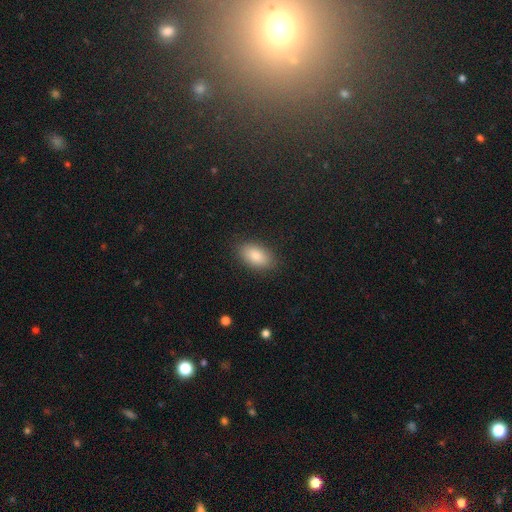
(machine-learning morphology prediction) A smooth galaxy with no disk features (86%) that is in between round and cigar-shaped (92%).

Vote fractions:
- Smooth or featured? smooth: 86% / star or artifact: 7% / featured or disk: 7%
- How rounded? in between: 92% / round: 5% / cigar-shaped: 3%
- Merging? none: 86% / minor disturbance: 10% / major disturbance: 3% / merger: 1%